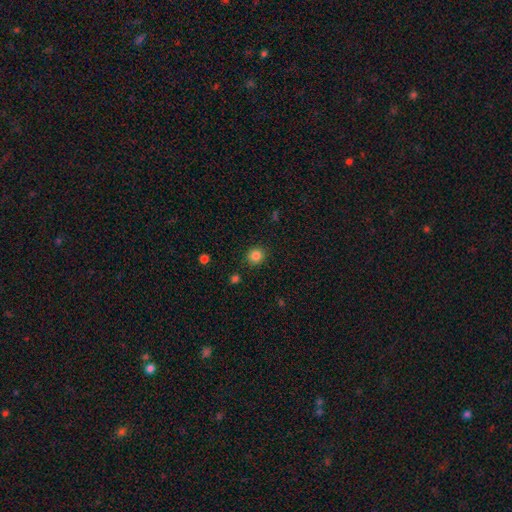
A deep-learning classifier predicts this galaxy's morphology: smooth-or-featured: smooth: 85% | star or artifact: 11% | featured or disk: 4%
  how-rounded: round: 85% | in between: 14% | cigar-shaped: 1%
  merging: none: 87% | minor disturbance: 8% | major disturbance: 3% | merger: 2%